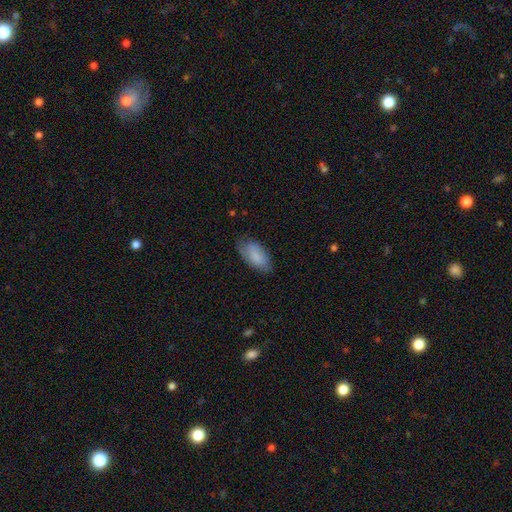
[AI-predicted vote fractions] Morphology: type=smooth (81%); roundness=in between (93%); merging=none (69%).